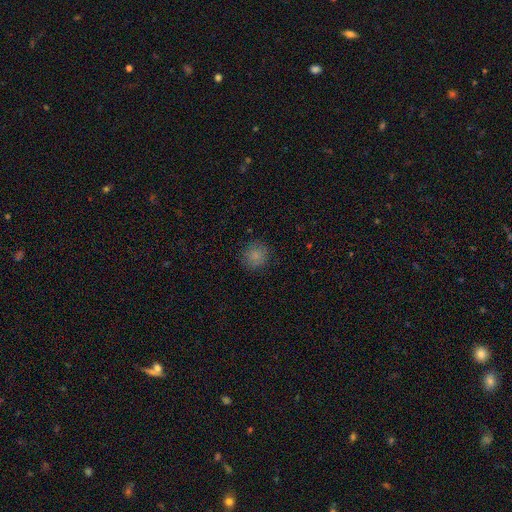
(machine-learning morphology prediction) Smooth or featured? Predicted: smooth (p=0.83). How rounded? Predicted: round (p=0.90). Merging? Predicted: none (p=0.86).